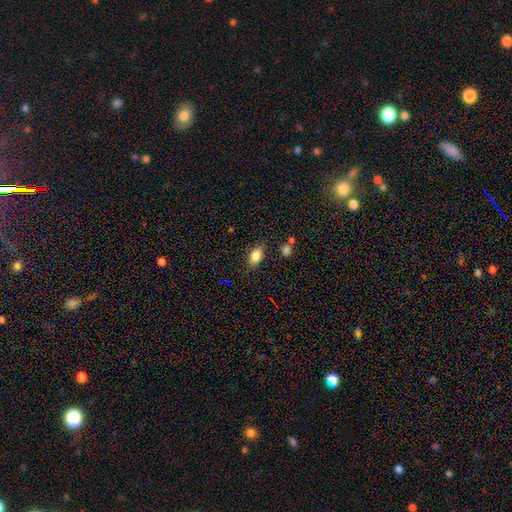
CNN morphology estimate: This is clearly a smooth galaxy (82%). How rounded: clearly in between (85%). Merging: likely none (78%).